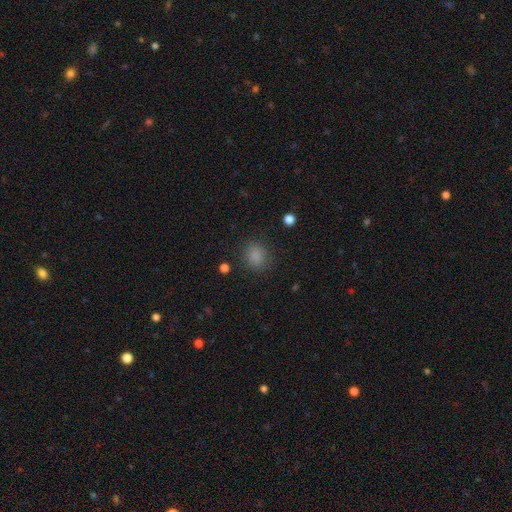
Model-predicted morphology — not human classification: Smooth or featured?
  - smooth: 85% *
  - star or artifact: 12%
  - featured or disk: 4%
How rounded?
  - round: 79% *
  - in between: 21%
  - cigar-shaped: 1%
Merging?
  - none: 85% *
  - minor disturbance: 10%
  - major disturbance: 4%
  - merger: 1%